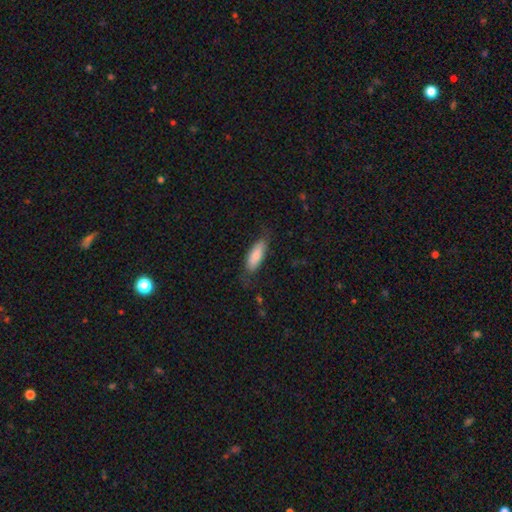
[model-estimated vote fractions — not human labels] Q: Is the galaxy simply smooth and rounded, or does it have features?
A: smooth — 79%.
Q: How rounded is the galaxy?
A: in between — 68%.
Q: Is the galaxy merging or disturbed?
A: none — 69%.